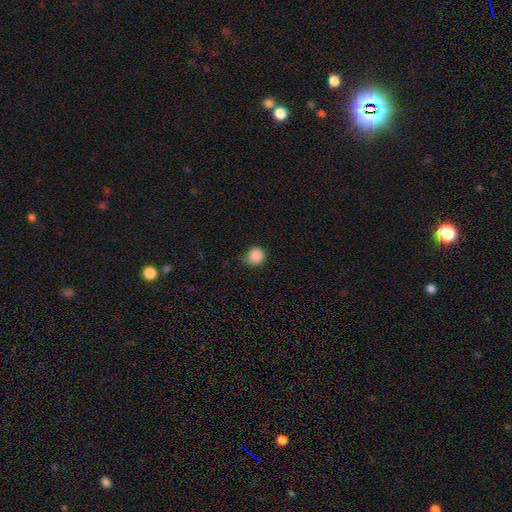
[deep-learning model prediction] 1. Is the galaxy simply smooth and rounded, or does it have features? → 87% smooth, 10% star or artifact, 4% featured or disk.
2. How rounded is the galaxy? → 90% round, 9% in between, 1% cigar-shaped.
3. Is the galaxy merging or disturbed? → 66% none, 27% minor disturbance, 5% major disturbance, 2% merger.